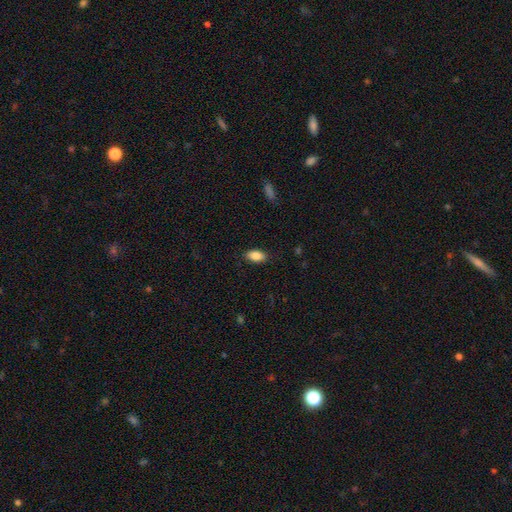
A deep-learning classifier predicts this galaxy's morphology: This appears to be a smooth galaxy with no disk features (87%) that is in between round and cigar-shaped (92%). Merging: none (86%).